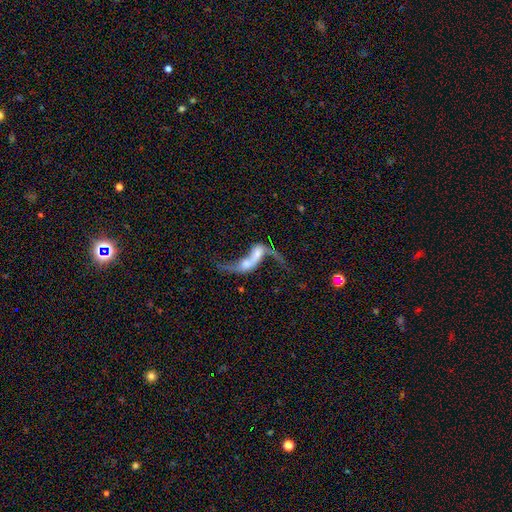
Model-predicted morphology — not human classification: A featured or disk galaxy (68%) with no bar (55%), spiral arms (69%) and a moderate central bulge (31%). Merging: merger (68%).